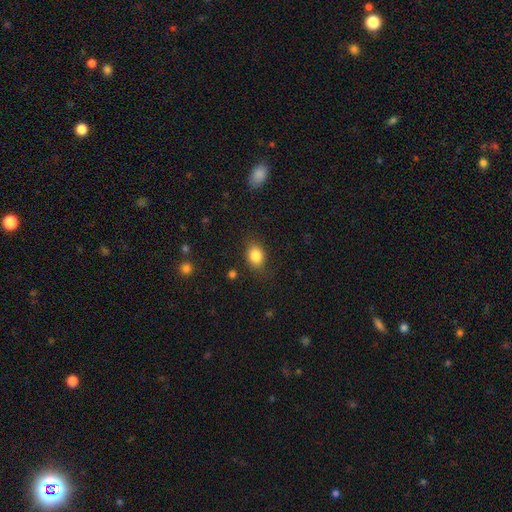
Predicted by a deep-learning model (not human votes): Smooth or featured? Predicted: smooth (p=0.84). How rounded? Predicted: in between (p=0.69). Merging? Predicted: none (p=0.81).